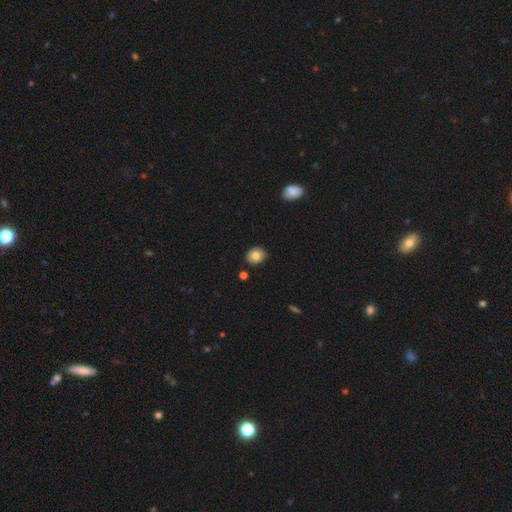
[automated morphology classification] This appears to be a smooth galaxy with no disk features (79%) that is round (61%). Merging: none (86%).